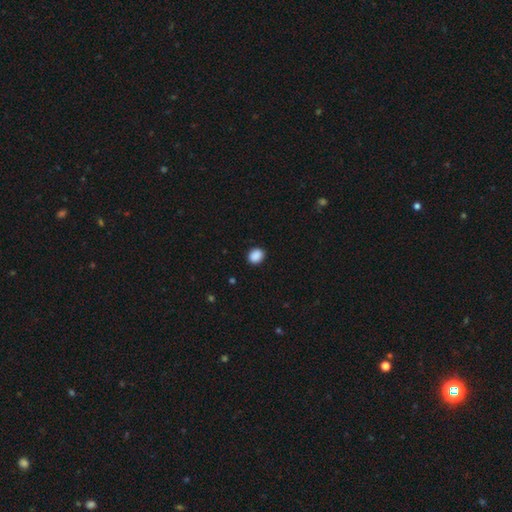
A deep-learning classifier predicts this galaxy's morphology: smooth 89%, star or artifact 9%, featured or disk 2%. Down the decision tree: how rounded — round (60%); merging — none (89%).